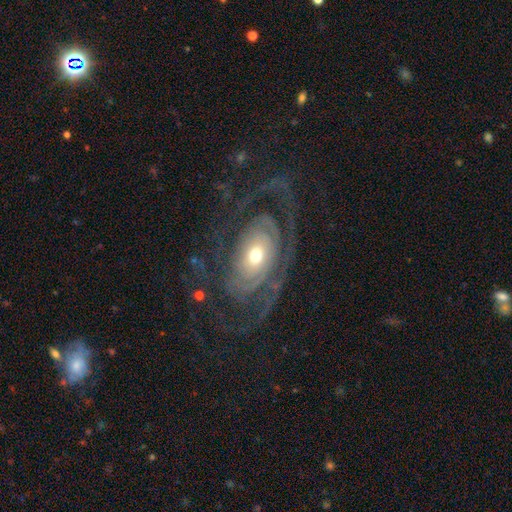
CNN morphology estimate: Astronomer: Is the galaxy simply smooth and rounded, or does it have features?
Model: featured or disk — 85%.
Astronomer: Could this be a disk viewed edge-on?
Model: no — 96%.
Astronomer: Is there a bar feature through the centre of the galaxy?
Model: no — 75%.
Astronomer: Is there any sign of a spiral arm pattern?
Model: yes — 91%.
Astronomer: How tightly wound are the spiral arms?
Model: tight — 52% (runner-up: medium, 30%).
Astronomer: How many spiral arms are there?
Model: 2 — 37% (runner-up: can't tell, 24%).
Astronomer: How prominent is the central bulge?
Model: moderate — 58%.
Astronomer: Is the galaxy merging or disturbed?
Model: none — 60%.